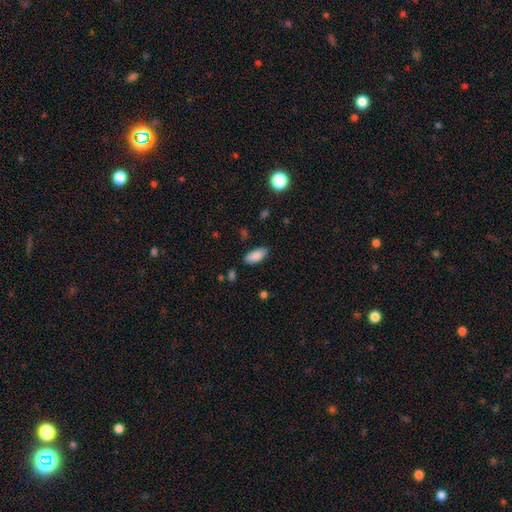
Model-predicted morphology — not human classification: Smooth or featured: smooth — 86% (featured or disk — 7%)
How rounded: in between — 87% (cigar-shaped — 11%)
Merging: none — 83% (minor disturbance — 12%)